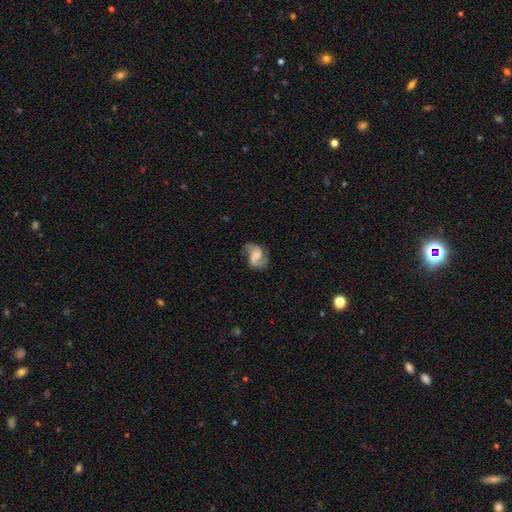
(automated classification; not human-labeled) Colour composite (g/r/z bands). It shows a featured or disk galaxy (80%) with no bar (45%), 2 (89%) medium (49%) spiral arms (95%) and no central bulge (40%). Merging: none (67%).